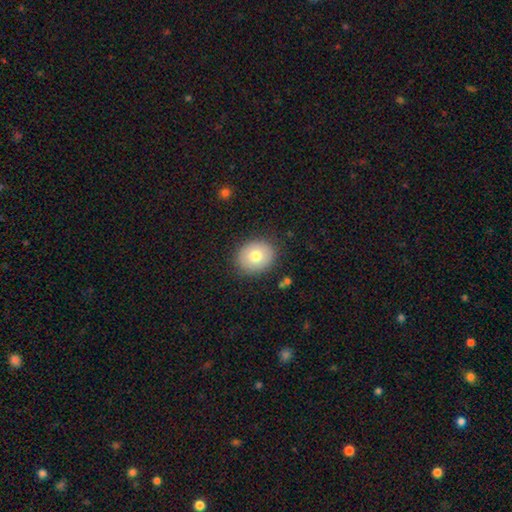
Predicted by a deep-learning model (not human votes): A smooth galaxy with no disk features (75%) that is round (65%).

Vote fractions:
- Smooth or featured? smooth: 75% / featured or disk: 16% / star or artifact: 9%
- How rounded? round: 65% / in between: 34% / cigar-shaped: 1%
- Merging? none: 86% / minor disturbance: 10% / major disturbance: 3% / merger: 1%